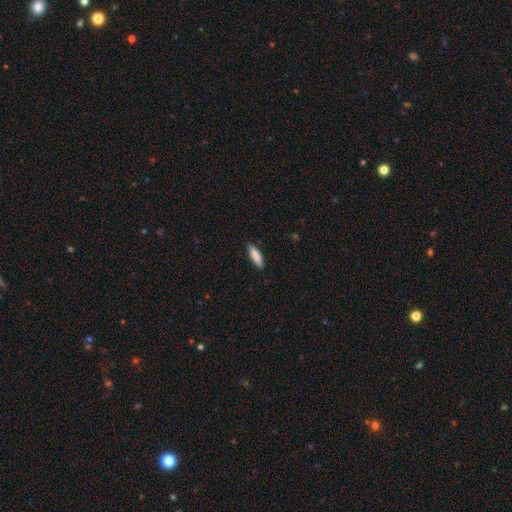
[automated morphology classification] Smooth or featured: smooth — 85% (featured or disk — 9%)
How rounded: cigar-shaped — 63% (in between — 35%)
Merging: none — 87% (minor disturbance — 10%)